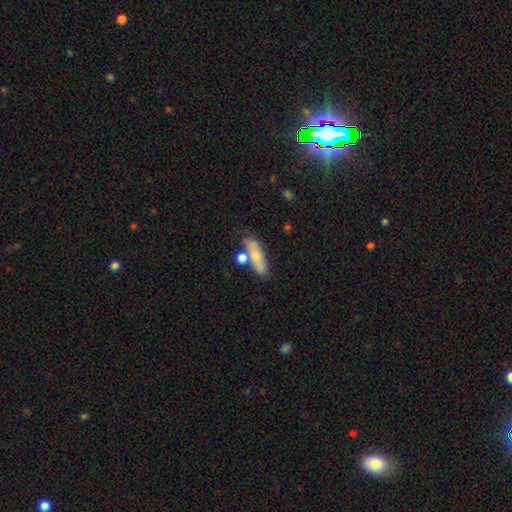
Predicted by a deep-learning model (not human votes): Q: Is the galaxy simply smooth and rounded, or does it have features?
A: smooth — 64%.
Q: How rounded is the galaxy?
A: in between — 48%.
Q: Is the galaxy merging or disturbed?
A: none — 57%.